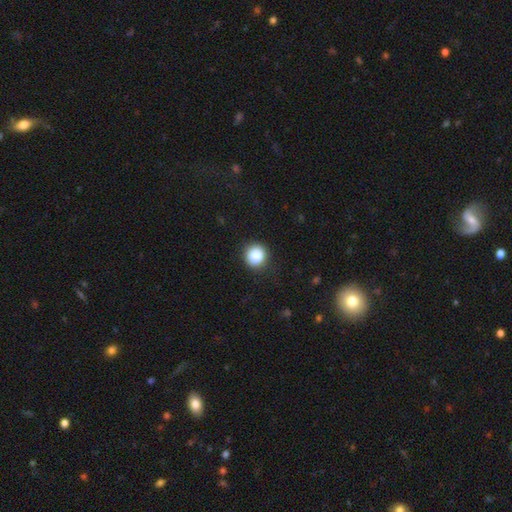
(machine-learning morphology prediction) smooth-or-featured: smooth: 86% | star or artifact: 10% | featured or disk: 4%
  how-rounded: round: 92% | in between: 7% | cigar-shaped: 1%
  merging: none: 89% | minor disturbance: 7% | major disturbance: 2% | merger: 1%